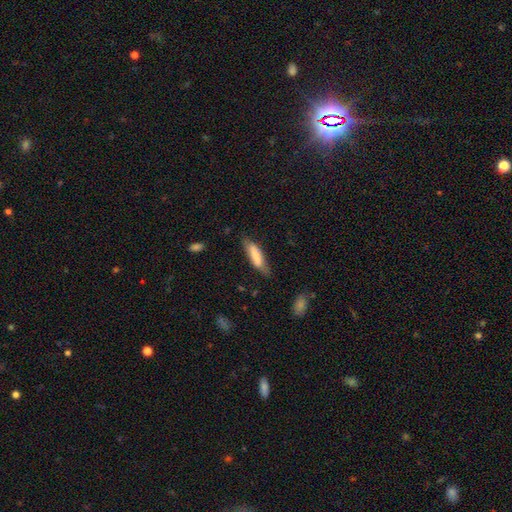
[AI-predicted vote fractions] Morphology: type=smooth (74%); roundness=cigar-shaped (63%); merging=none (67%).